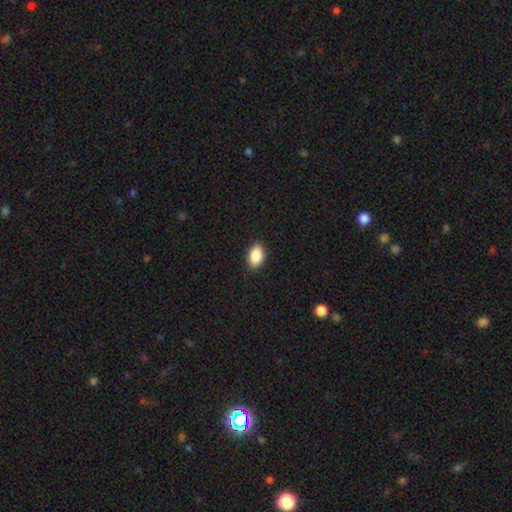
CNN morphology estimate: Smooth or featured: smooth — 88% (star or artifact — 7%)
How rounded: in between — 89% (round — 10%)
Merging: none — 89% (minor disturbance — 8%)